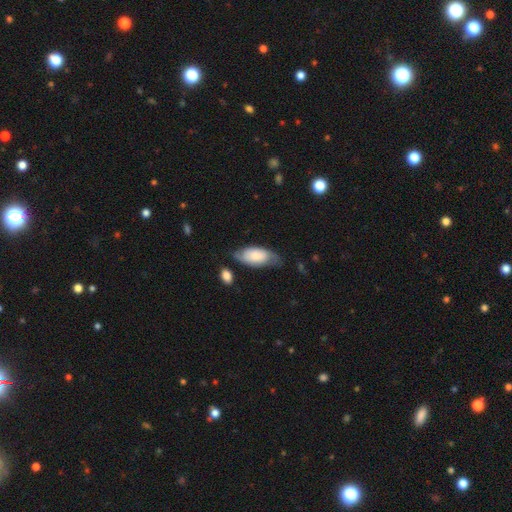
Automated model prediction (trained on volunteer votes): Smooth or featured? Predicted: smooth (p=0.61). How rounded? Predicted: in between (p=0.89). Merging? Predicted: none (p=0.58).